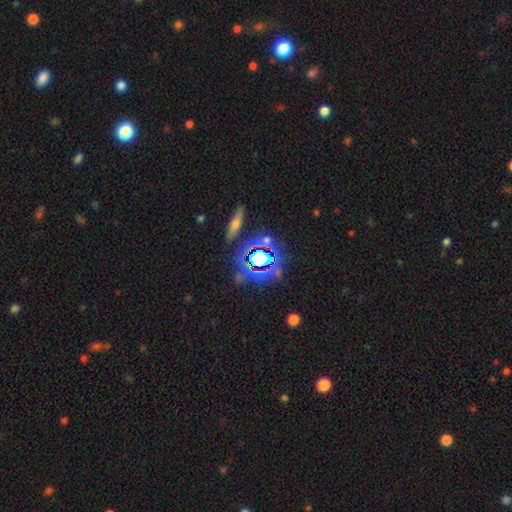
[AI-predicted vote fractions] Smooth or featured? star or artifact (66%)